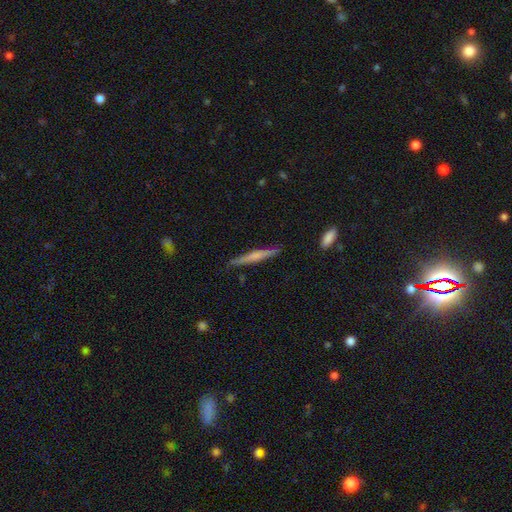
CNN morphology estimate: Smooth or featured: featured or disk — 53% (smooth — 41%)
Edge-on disk: yes — 97% (no — 3%)
Edge-on bulge: rounded — 44% (none — 38%)
Merging: none — 87% (minor disturbance — 10%)